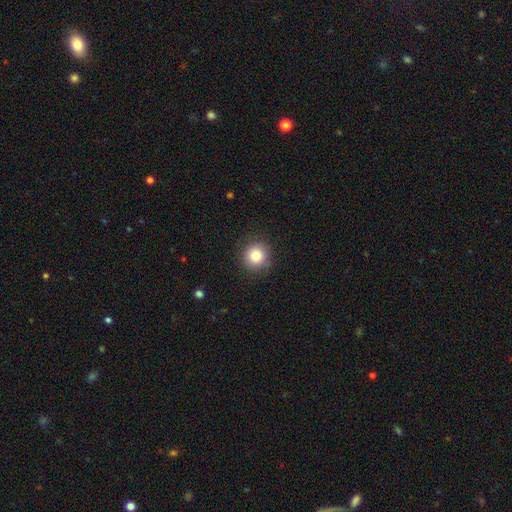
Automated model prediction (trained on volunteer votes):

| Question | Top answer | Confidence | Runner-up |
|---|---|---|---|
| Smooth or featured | smooth | 83% | star or artifact (10%) |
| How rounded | round | 90% | in between (9%) |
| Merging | none | 88% | minor disturbance (9%) |